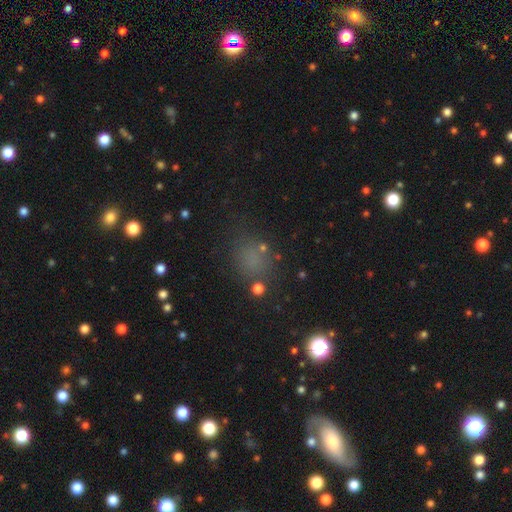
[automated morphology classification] Smooth or featured?
  - smooth: 58% *
  - star or artifact: 32%
  - featured or disk: 10%
How rounded?
  - round: 60% *
  - in between: 38%
  - cigar-shaped: 2%
Merging?
  - none: 70% *
  - minor disturbance: 15%
  - major disturbance: 9%
  - merger: 5%